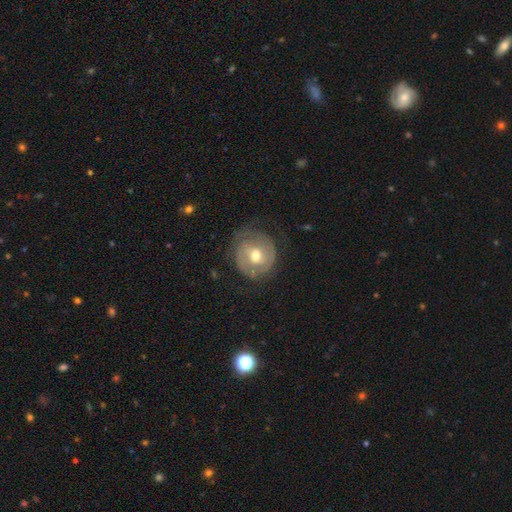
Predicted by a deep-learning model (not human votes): This is possibly a featured or disk galaxy (58%). It is clearly not viewed edge-on (97%). Bar: possibly no (53%). Spiral arm pattern: likely yes (73%). Central bulge: likely moderate (76%). Merging: likely none (63%).